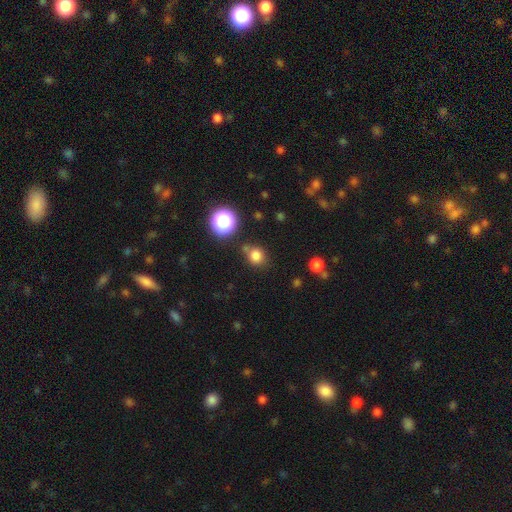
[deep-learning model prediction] Smooth or featured? Predicted: smooth (p=0.79). How rounded? Predicted: round (p=0.81). Merging? Predicted: none (p=0.73).